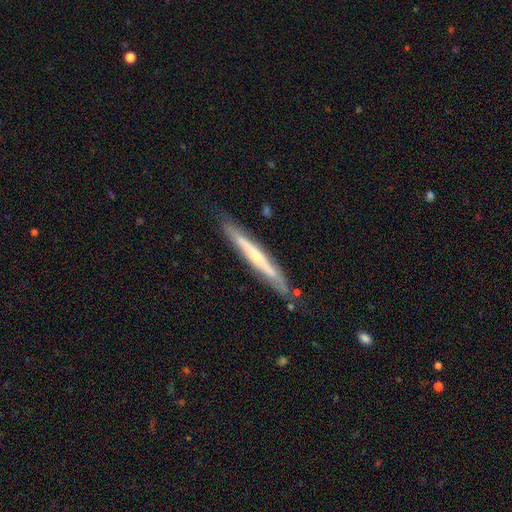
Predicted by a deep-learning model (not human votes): smooth_or_featured: featured or disk (p=0.64) [alt: smooth p=0.29]
disk_edge_on: yes (p=0.92) [alt: no p=0.08]
edge_on_bulge: rounded (p=0.50) [alt: none p=0.44]
merging: none (p=0.83) [alt: minor disturbance p=0.13]